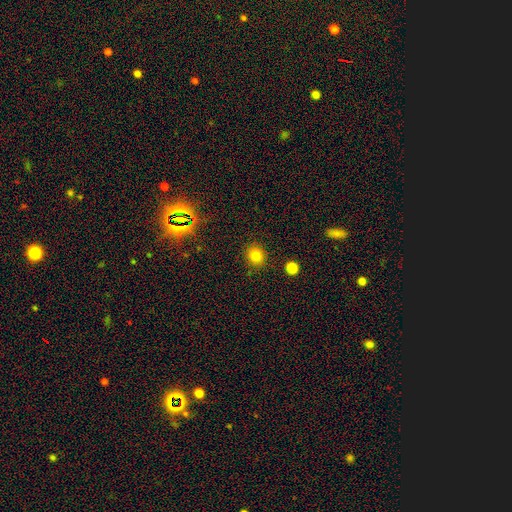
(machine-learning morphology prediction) Q: Smooth or featured?
A: smooth (80%); runner-up: star or artifact (14%)
Q: How rounded?
A: round (82%); runner-up: in between (17%)
Q: Merging?
A: none (89%); runner-up: minor disturbance (7%)